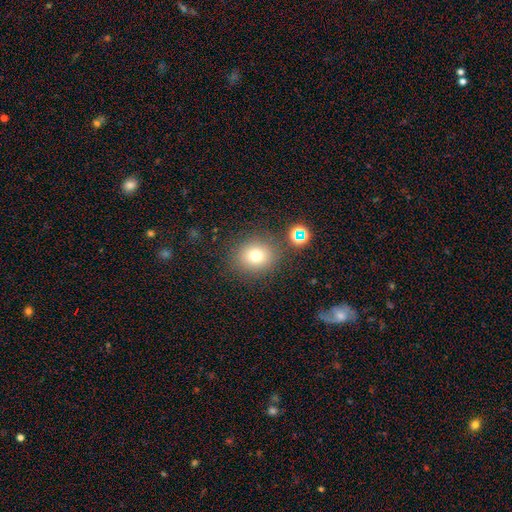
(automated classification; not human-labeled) This is likely a smooth galaxy (74%). How rounded: clearly round (84%). Merging: clearly none (82%).